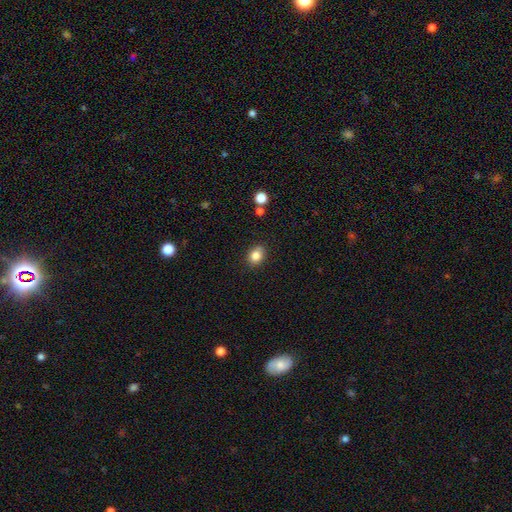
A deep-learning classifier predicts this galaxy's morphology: Smooth or featured: smooth — 83% (star or artifact — 10%)
How rounded: in between — 53% (round — 46%)
Merging: none — 84% (minor disturbance — 12%)